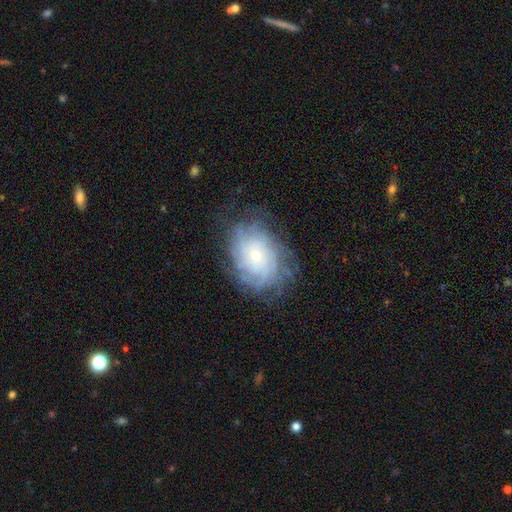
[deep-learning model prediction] Smooth or featured?
  - featured or disk: 75% *
  - smooth: 17%
  - star or artifact: 9%
Edge-on disk?
  - no: 96% *
  - yes: 4%
Bar?
  - no: 79% *
  - weak: 18%
  - strong: 3%
Spiral arms?
  - yes: 92% *
  - no: 8%
Spiral winding?
  - tight: 69% *
  - medium: 23%
  - loose: 8%
Spiral arm count?
  - can't tell: 44% *
  - more than 4: 21%
  - 4: 16%
  - 3: 7%
  - 2: 7%
  - 1: 5%
Bulge size?
  - small: 72% *
  - moderate: 23%
  - large: 2%
  - none: 2%
  - dominant: 1%
Merging?
  - none: 73% *
  - minor disturbance: 17%
  - major disturbance: 9%
  - merger: 1%